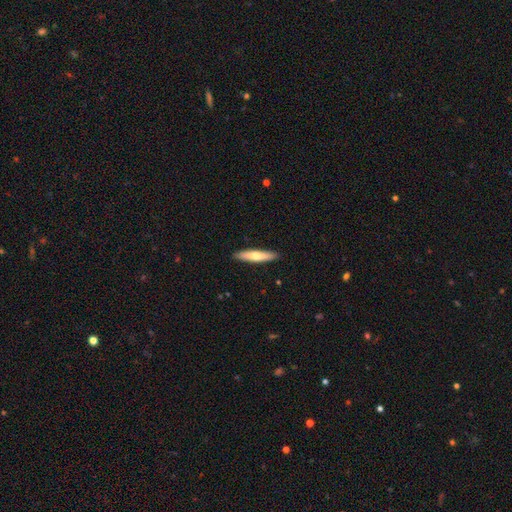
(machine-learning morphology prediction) This appears to be a smooth galaxy with no disk features (60%) that is cigar-shaped (87%). Merging: none (91%).